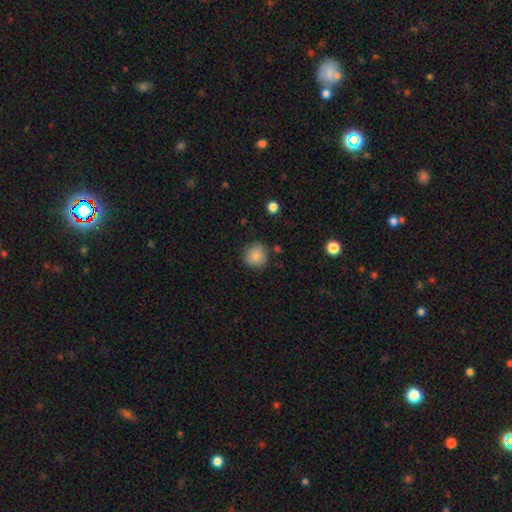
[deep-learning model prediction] This appears to be a smooth galaxy with no disk features (86%) that is round (92%). Merging: none (85%).